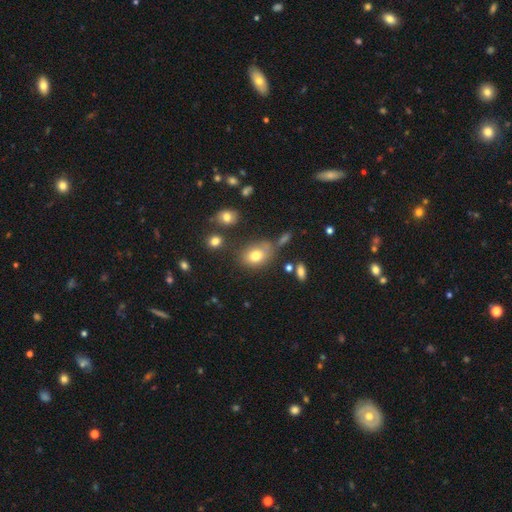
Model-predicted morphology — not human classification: This is likely a smooth galaxy (75%). How rounded: likely in between (66%). Merging: possibly none (57%).